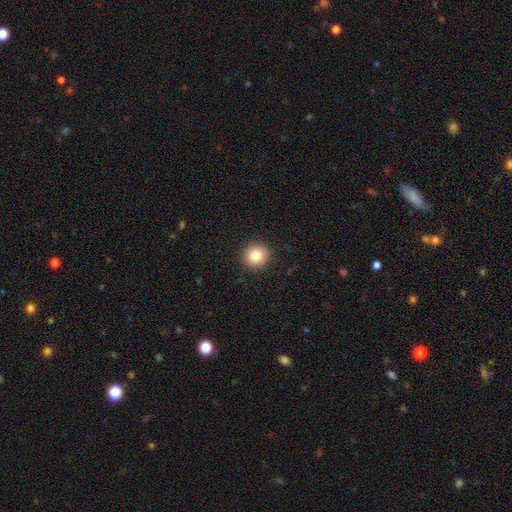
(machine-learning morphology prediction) type=smooth (82%); roundness=round (93%); merging=none (92%).